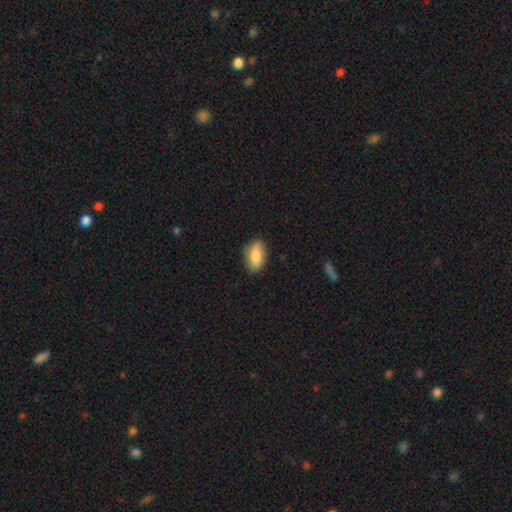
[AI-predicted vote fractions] smooth 84%, featured or disk 10%, star or artifact 7%. Down the decision tree: how rounded — in between (90%); merging — none (83%).